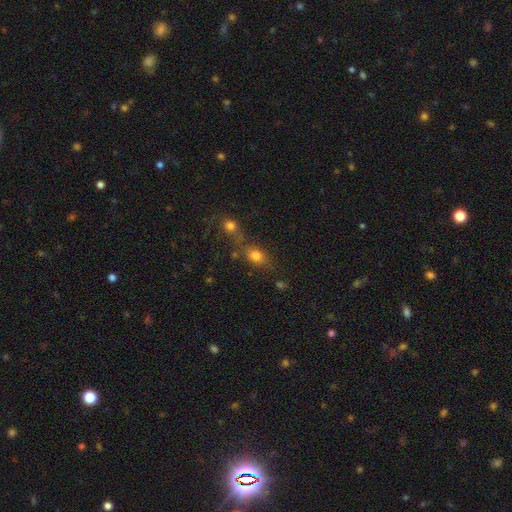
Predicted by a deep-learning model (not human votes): Morphology: type=smooth (78%); roundness=in between (59%); merging=none (46%).